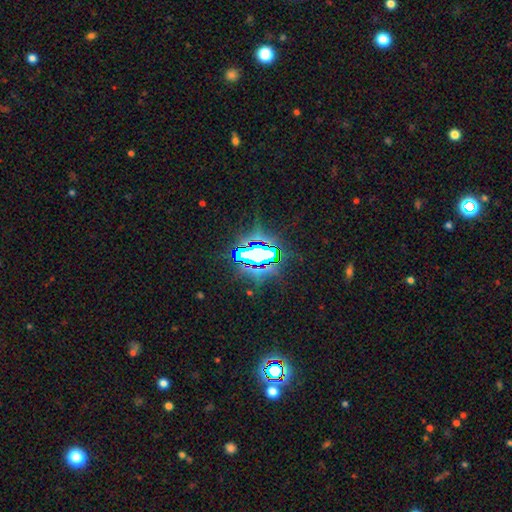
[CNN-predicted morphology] This is likely a star or artifact rather than a galaxy (75%).